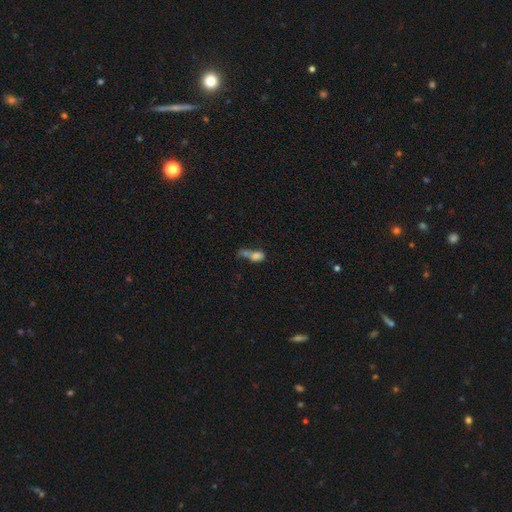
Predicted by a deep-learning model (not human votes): Q: Smooth or featured?
A: smooth (71%); runner-up: featured or disk (16%)
Q: How rounded?
A: in between (75%); runner-up: round (17%)
Q: Merging?
A: merger (59%); runner-up: none (18%)